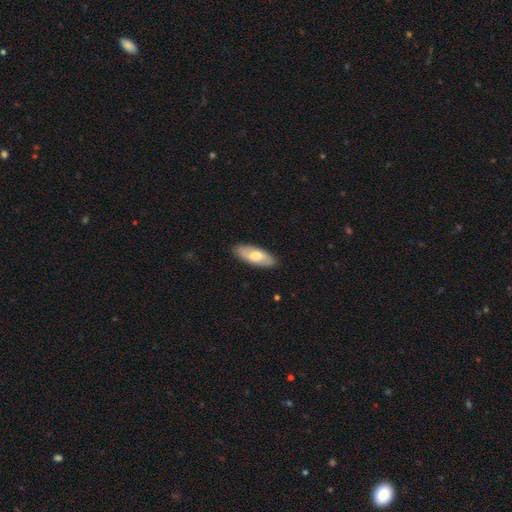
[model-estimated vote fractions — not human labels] smooth-or-featured: smooth: 63% | featured or disk: 32% | star or artifact: 5%
  how-rounded: in between: 79% | cigar-shaped: 19% | round: 2%
  merging: none: 86% | minor disturbance: 11% | major disturbance: 2% | merger: 1%